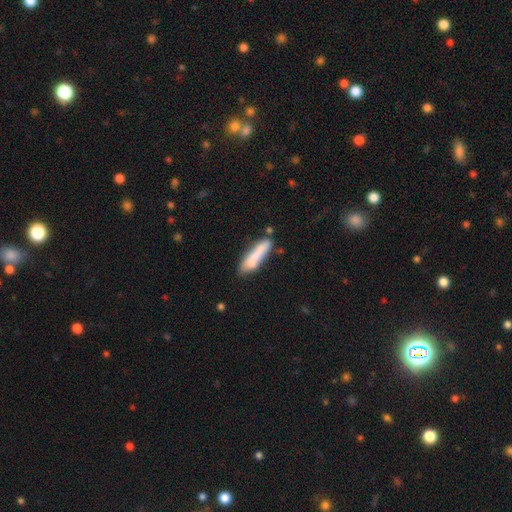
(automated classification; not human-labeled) smooth-or-featured: smooth: 76% | featured or disk: 18% | star or artifact: 6%
  how-rounded: cigar-shaped: 78% | in between: 20% | round: 2%
  merging: none: 62% | minor disturbance: 22% | merger: 11% | major disturbance: 6%